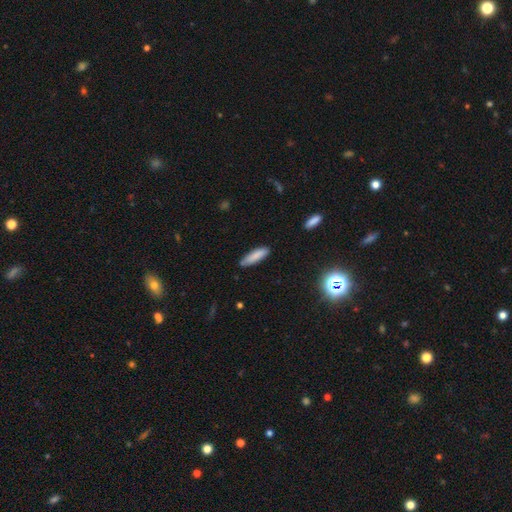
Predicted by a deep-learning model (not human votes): Smooth or featured?
  - smooth: 84% *
  - featured or disk: 9%
  - star or artifact: 7%
How rounded?
  - cigar-shaped: 66% *
  - in between: 33%
  - round: 1%
Merging?
  - none: 83% *
  - minor disturbance: 13%
  - major disturbance: 2%
  - merger: 2%